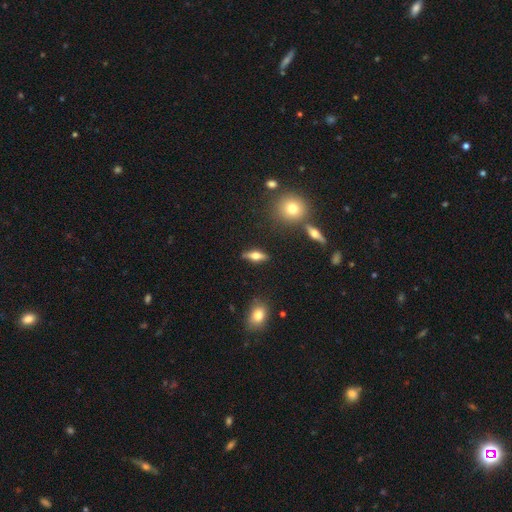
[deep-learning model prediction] This appears to be a smooth galaxy with no disk features (47%). Merging: none (85%).